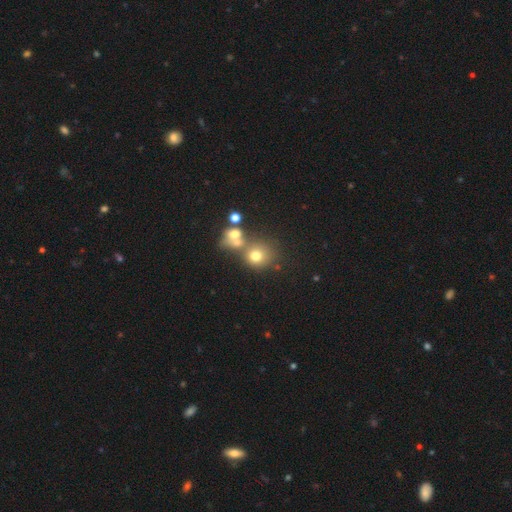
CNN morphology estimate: type=smooth (70%); roundness=round (81%); merging=none (46%).